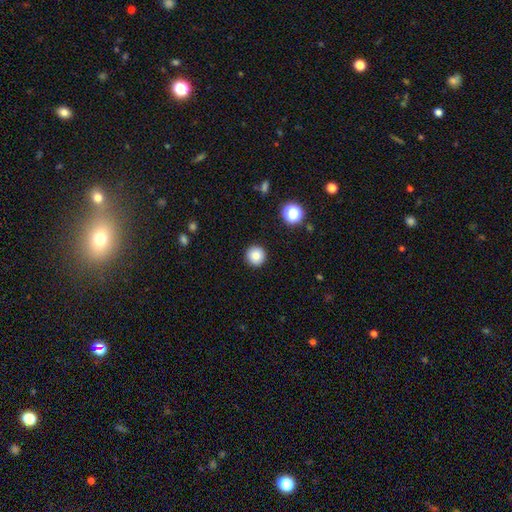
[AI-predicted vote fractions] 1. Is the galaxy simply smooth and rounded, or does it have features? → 84% smooth, 10% star or artifact, 6% featured or disk.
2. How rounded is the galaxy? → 96% round, 3% in between, 1% cigar-shaped.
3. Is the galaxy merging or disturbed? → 93% none, 5% minor disturbance, 2% major disturbance, 1% merger.